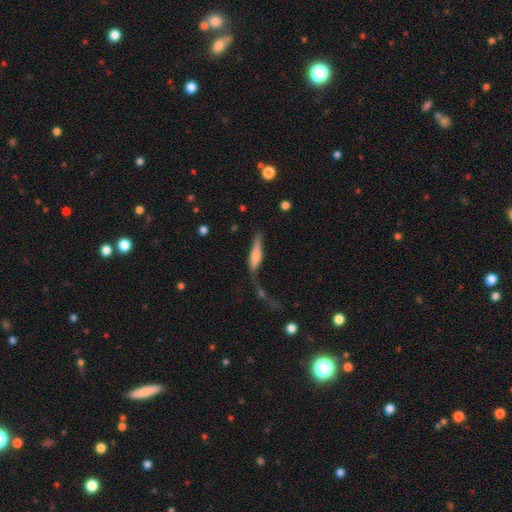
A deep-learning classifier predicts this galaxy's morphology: A smooth galaxy with no disk features (64%) that is cigar-shaped (75%).

Vote fractions:
- Smooth or featured? smooth: 64% / featured or disk: 29% / star or artifact: 7%
- How rounded? cigar-shaped: 75% / in between: 22% / round: 3%
- Merging? none: 35% / major disturbance: 27% / minor disturbance: 23% / merger: 15%